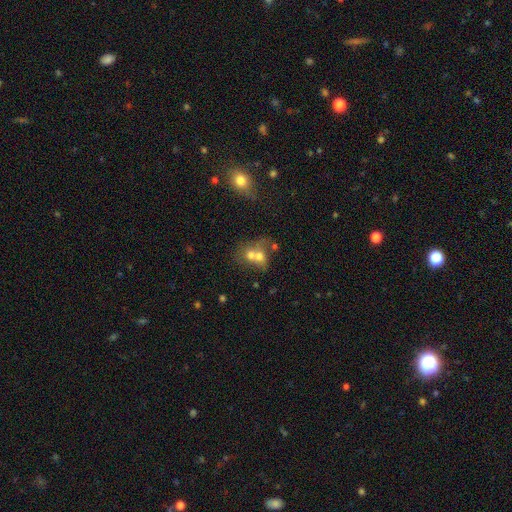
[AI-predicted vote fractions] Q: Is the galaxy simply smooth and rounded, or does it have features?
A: smooth — 64%.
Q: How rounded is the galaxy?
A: round — 62%.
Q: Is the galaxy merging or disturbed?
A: merger — 71%.